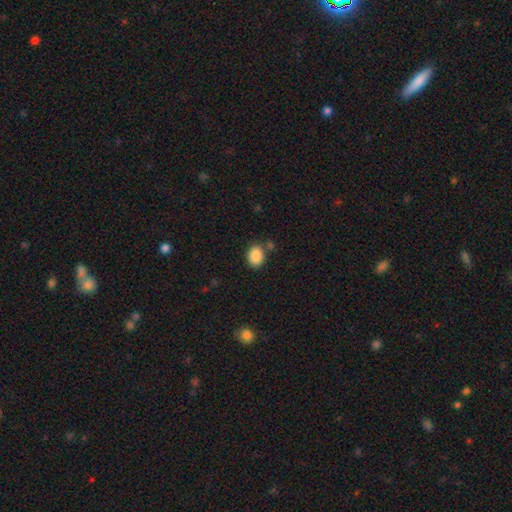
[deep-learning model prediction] smooth 88%, star or artifact 8%, featured or disk 4%. Down the decision tree: how rounded — in between (63%); merging — none (75%).